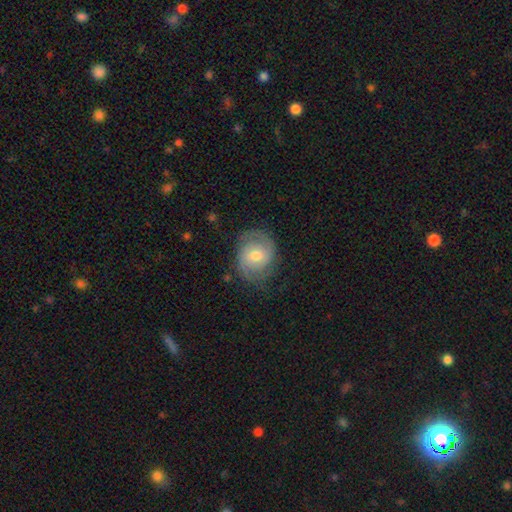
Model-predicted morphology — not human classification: Smooth or featured?
  - featured or disk: 72% *
  - smooth: 21%
  - star or artifact: 7%
Edge-on disk?
  - no: 97% *
  - yes: 3%
Bar?
  - no: 60% *
  - weak: 34%
  - strong: 6%
Spiral arms?
  - yes: 92% *
  - no: 8%
Spiral winding?
  - tight: 50% *
  - medium: 37%
  - loose: 12%
Spiral arm count?
  - 2: 76% *
  - can't tell: 12%
  - 3: 6%
  - 1: 3%
  - 4: 2%
  - more than 4: 2%
Bulge size?
  - moderate: 67% *
  - small: 26%
  - large: 5%
  - none: 1%
  - dominant: 1%
Merging?
  - none: 74% *
  - minor disturbance: 18%
  - major disturbance: 7%
  - merger: 1%